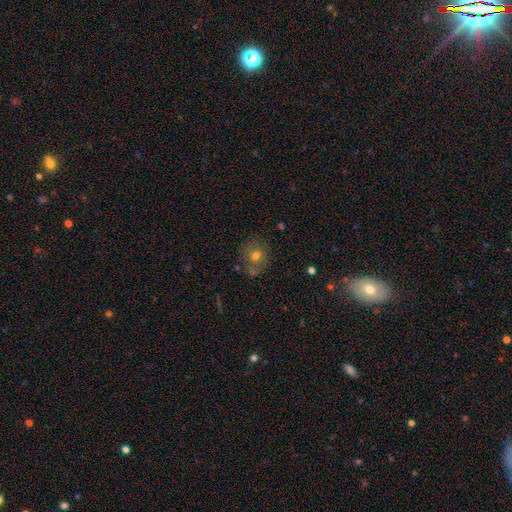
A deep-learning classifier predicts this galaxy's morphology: type=smooth (69%); roundness=round (87%); merging=none (74%).